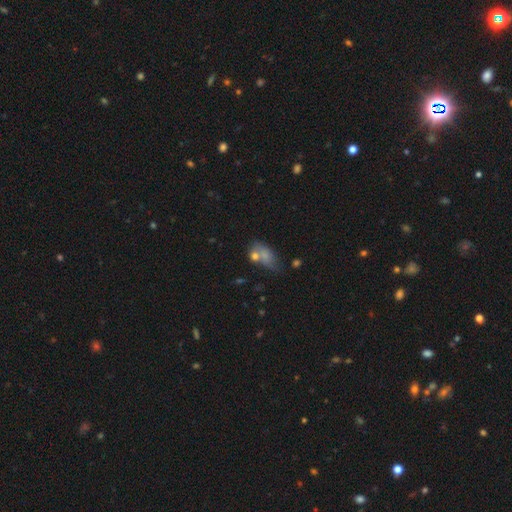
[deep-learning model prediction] A smooth galaxy with no disk features (70%) that is in between round and cigar-shaped (81%).

Vote fractions:
- Smooth or featured? smooth: 70% / featured or disk: 18% / star or artifact: 11%
- How rounded? in between: 81% / round: 14% / cigar-shaped: 5%
- Merging? none: 34% / merger: 30% / minor disturbance: 22% / major disturbance: 14%